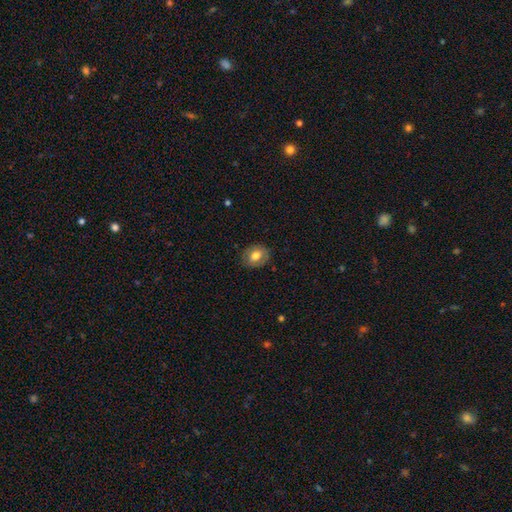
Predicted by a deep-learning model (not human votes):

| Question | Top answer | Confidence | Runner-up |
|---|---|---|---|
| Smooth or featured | smooth | 69% | featured or disk (23%) |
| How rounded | round | 55% | in between (44%) |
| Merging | none | 83% | minor disturbance (13%) |